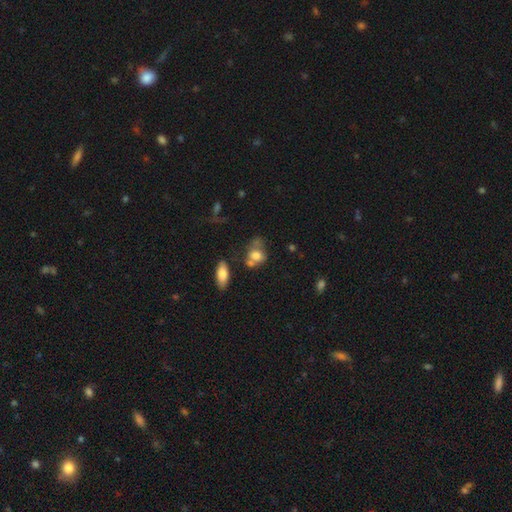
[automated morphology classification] Overall: smooth (71%). How rounded: in between (59%; round 39%). Merging: none (37%; merger 25%).